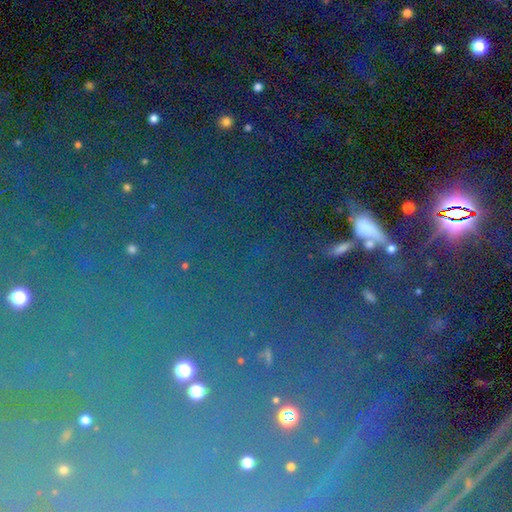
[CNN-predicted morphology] type=star or artifact (67%).